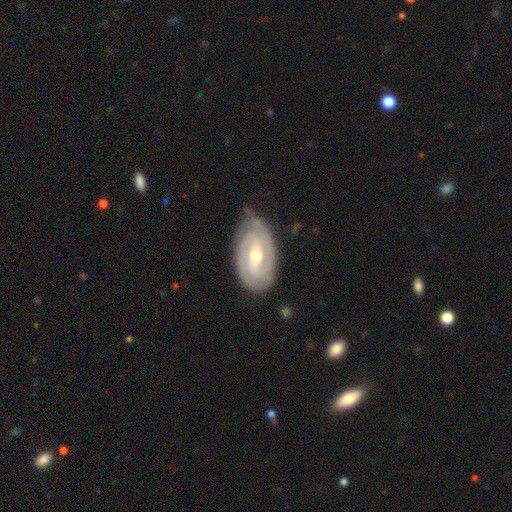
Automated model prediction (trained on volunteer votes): Smooth or featured: featured or disk — 83% (smooth — 12%)
Edge-on disk: no — 94% (yes — 6%)
Bar: weak — 46% (strong — 31%)
Spiral arms: yes — 92% (no — 8%)
Spiral winding: tight — 67% (medium — 26%)
Spiral arm count: 2 — 63% (can't tell — 19%)
Bulge size: moderate — 59% (small — 37%)
Merging: none — 73% (minor disturbance — 21%)